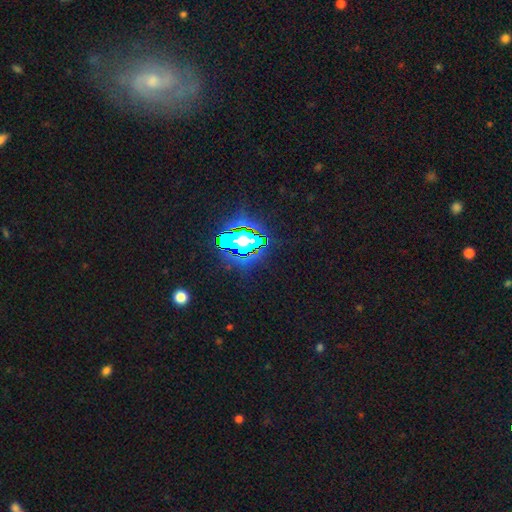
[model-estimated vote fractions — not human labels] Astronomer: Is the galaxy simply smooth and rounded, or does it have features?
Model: star or artifact — 78%.